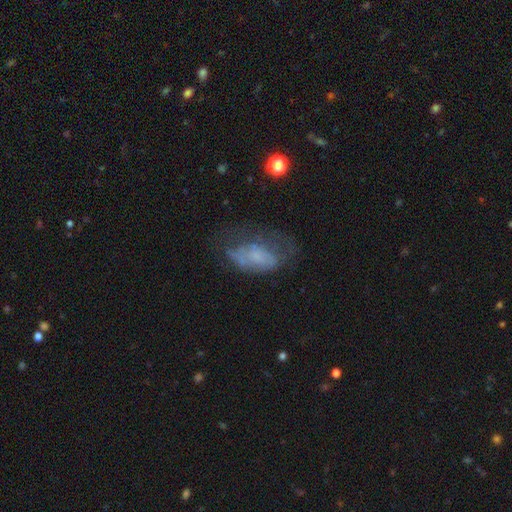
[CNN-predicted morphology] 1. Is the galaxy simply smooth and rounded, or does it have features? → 46% smooth, 41% featured or disk, 13% star or artifact.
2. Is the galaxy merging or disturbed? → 36% none, 34% major disturbance, 26% minor disturbance, 3% merger.